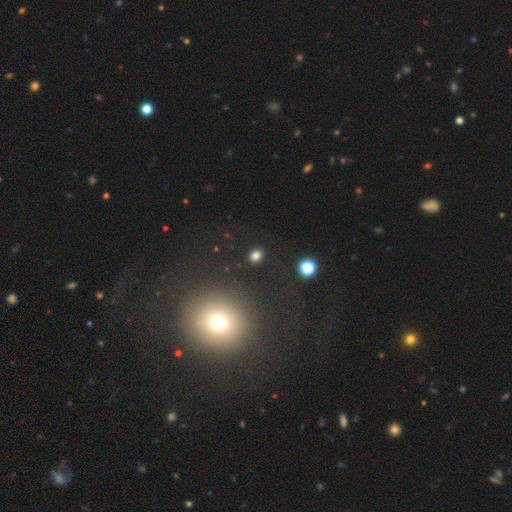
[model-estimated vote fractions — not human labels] smooth_or_featured: smooth (p=0.79) [alt: star or artifact p=0.15]
how_rounded: in between (p=0.64) [alt: round p=0.35]
merging: none (p=0.88) [alt: minor disturbance p=0.08]